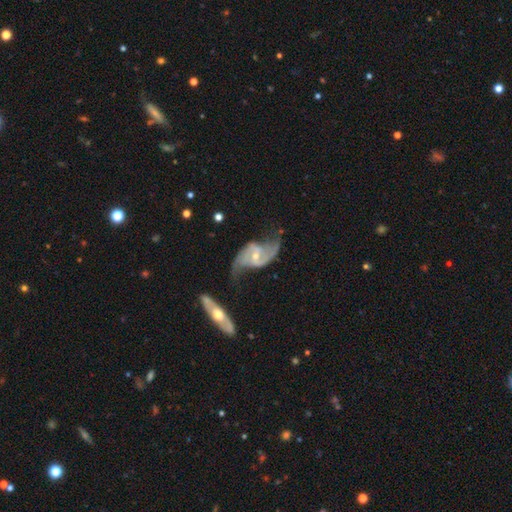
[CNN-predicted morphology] This appears to be a featured or disk galaxy (90%) with a weak bar (46%), 2 (92%) loose (65%) spiral arms (96%) and a small central bulge (57%). Merging: none (57%).